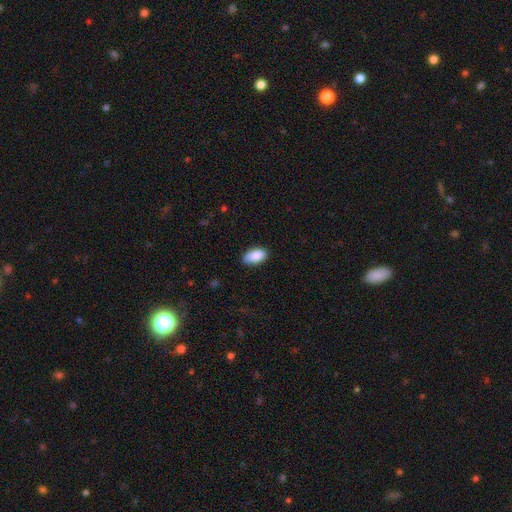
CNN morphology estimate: This is clearly a smooth galaxy (89%). How rounded: clearly in between (94%). Merging: clearly none (82%).